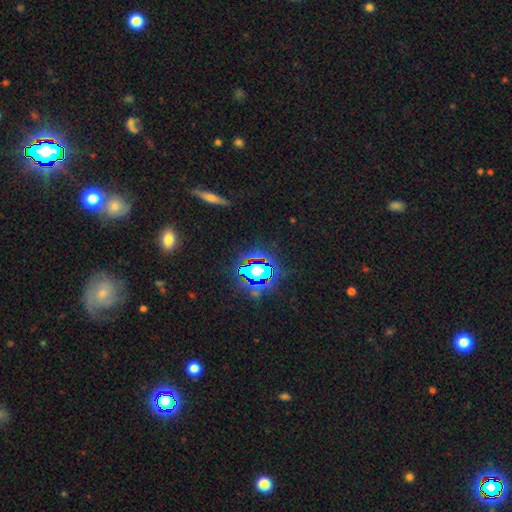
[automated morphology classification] This is likely a star or artifact rather than a galaxy (76%).